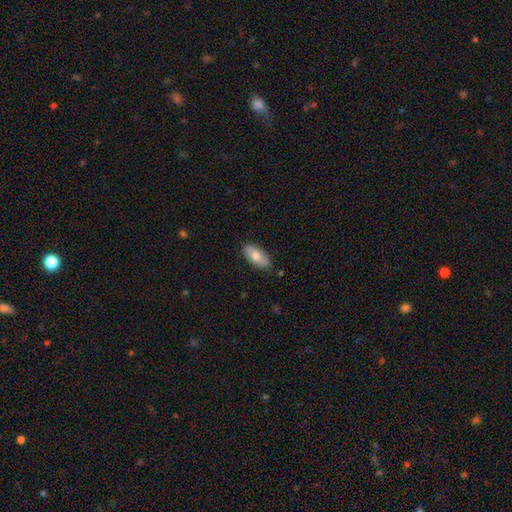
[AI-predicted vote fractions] Smooth or featured? Predicted: smooth (p=0.66). How rounded? Predicted: in between (p=0.91). Merging? Predicted: none (p=0.84).